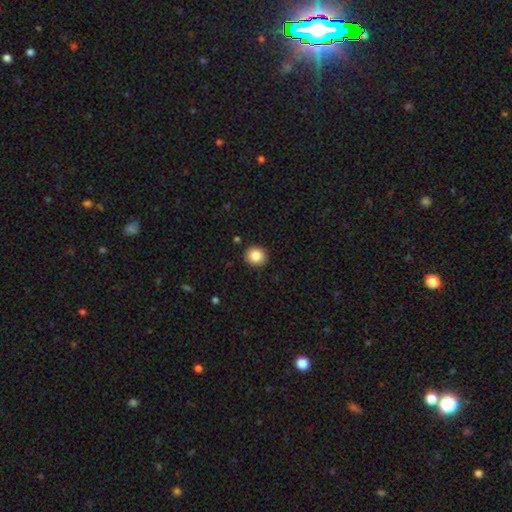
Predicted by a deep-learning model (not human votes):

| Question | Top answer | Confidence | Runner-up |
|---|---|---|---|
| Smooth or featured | smooth | 86% | star or artifact (9%) |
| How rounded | round | 89% | in between (10%) |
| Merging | none | 92% | minor disturbance (5%) |